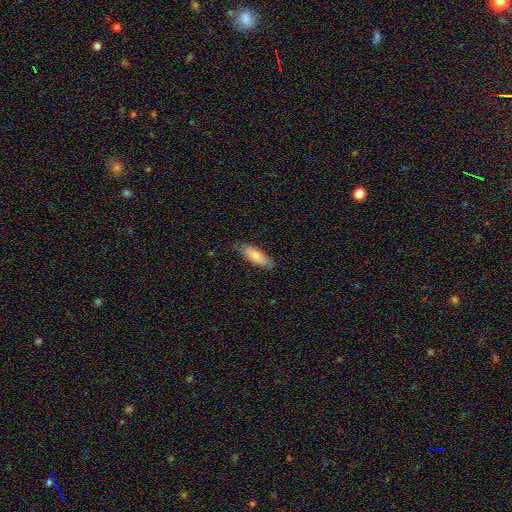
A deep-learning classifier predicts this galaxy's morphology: smooth 77%, featured or disk 17%, star or artifact 6%. Down the decision tree: how rounded — in between (60%); merging — none (79%).